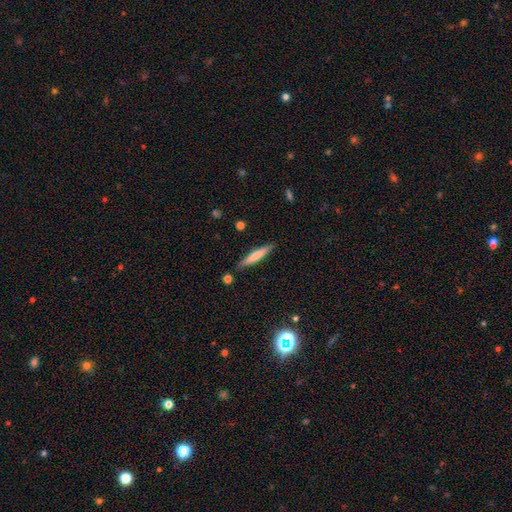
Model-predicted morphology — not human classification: This is likely a smooth galaxy (66%). How rounded: clearly cigar-shaped (90%). Merging: clearly none (85%).